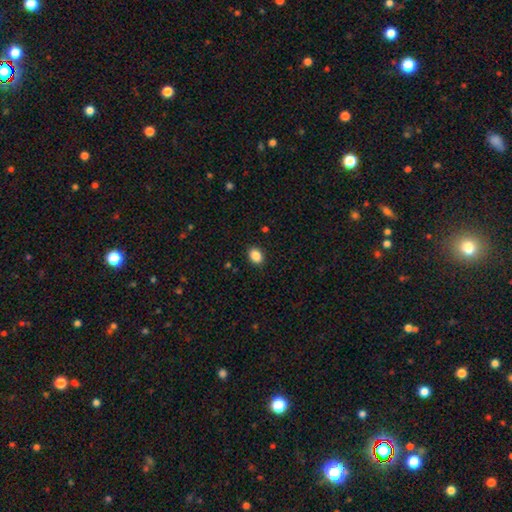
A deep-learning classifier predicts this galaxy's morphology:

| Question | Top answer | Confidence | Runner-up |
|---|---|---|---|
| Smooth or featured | smooth | 88% | star or artifact (9%) |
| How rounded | in between | 69% | round (30%) |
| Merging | none | 89% | minor disturbance (7%) |